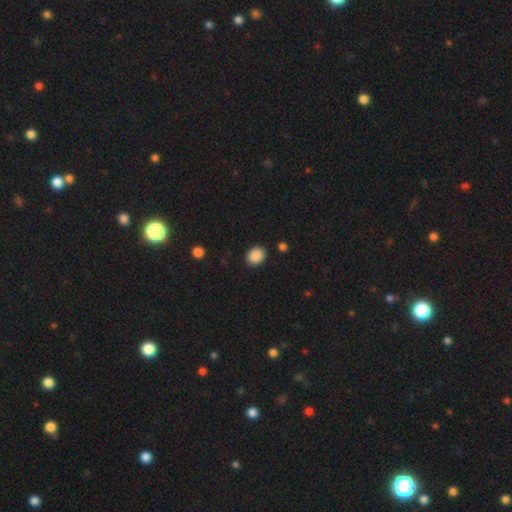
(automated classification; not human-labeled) Overall: smooth (89%). How rounded: in between (54%; round 45%). Merging: none (89%).